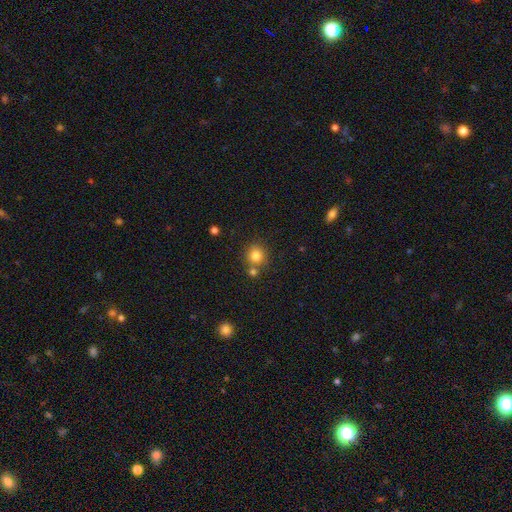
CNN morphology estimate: Overall: smooth (81%). How rounded: round (89%). Merging: none (69%).